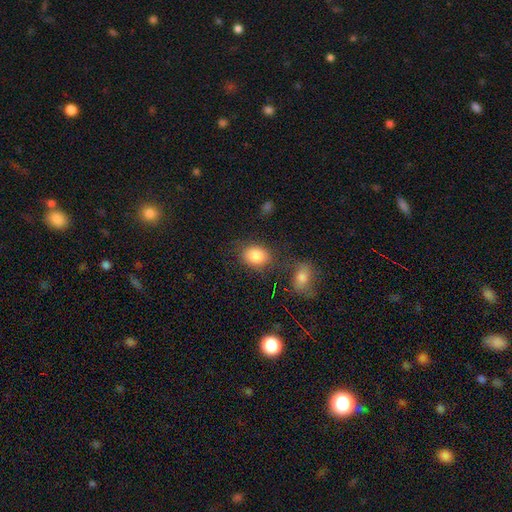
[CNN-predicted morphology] smooth 87%, star or artifact 8%, featured or disk 6%. Down the decision tree: how rounded — in between (66%); merging — none (70%).